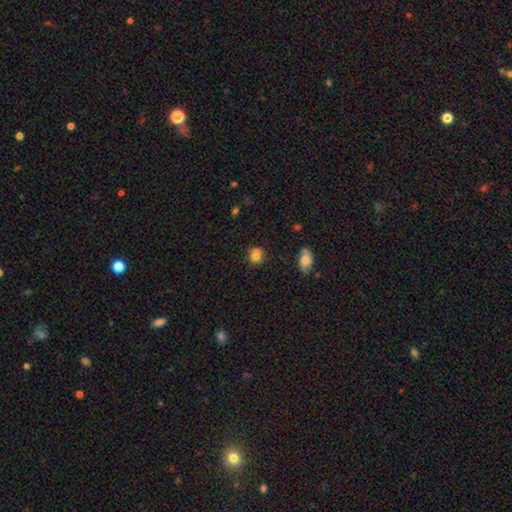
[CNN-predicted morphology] Smooth or featured? smooth (77%)
How rounded? round (75%)
Merging? none (58%)